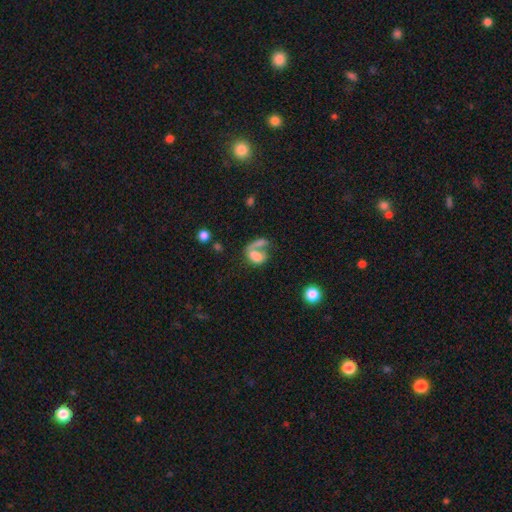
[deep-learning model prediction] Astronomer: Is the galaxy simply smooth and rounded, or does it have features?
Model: smooth — 63%.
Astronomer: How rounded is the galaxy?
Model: in between — 78%.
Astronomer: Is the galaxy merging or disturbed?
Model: merger — 51%.